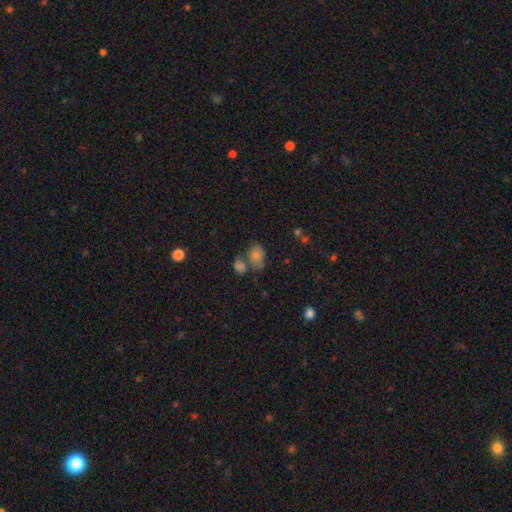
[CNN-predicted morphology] Overall: smooth (66%). How rounded: in between (61%; round 37%). Merging: none (43%; merger 32%).